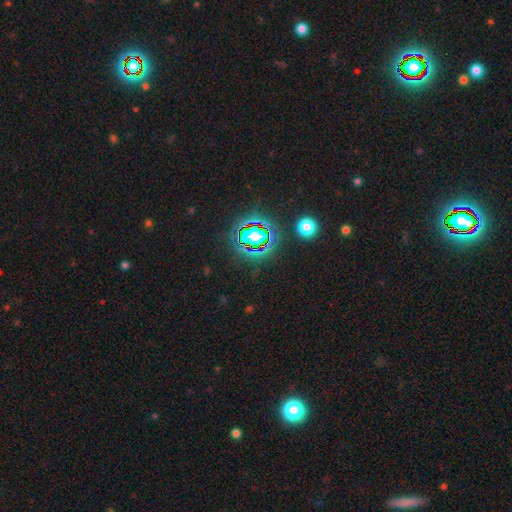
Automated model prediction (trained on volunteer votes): The model was most divided on "smooth or featured": star or artifact: 81%, smooth: 11%, featured or disk: 8%.